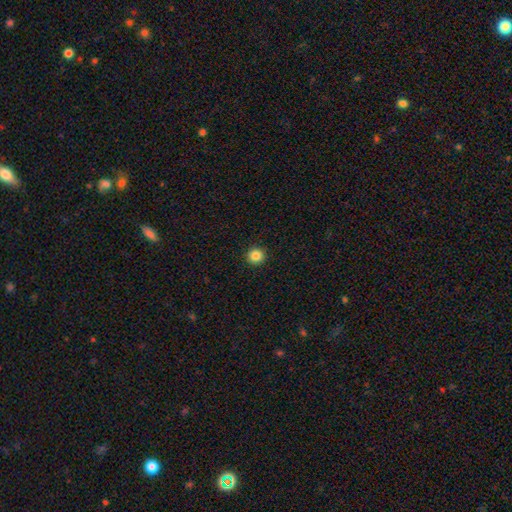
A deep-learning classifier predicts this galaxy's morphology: A smooth galaxy with no disk features (85%) that is round (95%).

Vote fractions:
- Smooth or featured? smooth: 85% / star or artifact: 11% / featured or disk: 4%
- How rounded? round: 95% / in between: 4% / cigar-shaped: 1%
- Merging? none: 94% / minor disturbance: 4% / major disturbance: 1% / merger: 1%